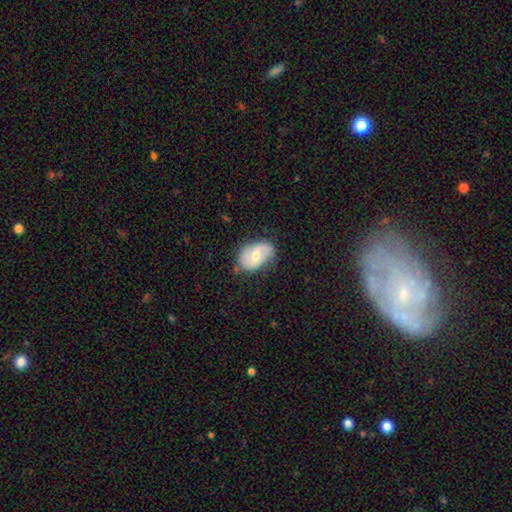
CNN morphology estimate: Q: Smooth or featured?
A: featured or disk (49%); runner-up: smooth (44%)
Q: Merging?
A: none (68%); runner-up: minor disturbance (24%)